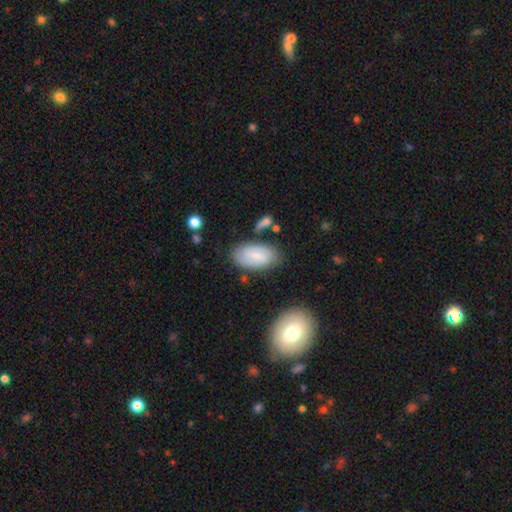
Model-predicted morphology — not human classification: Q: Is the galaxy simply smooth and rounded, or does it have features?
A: smooth — 64%.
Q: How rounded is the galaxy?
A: in between — 94%.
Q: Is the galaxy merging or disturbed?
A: none — 72%.